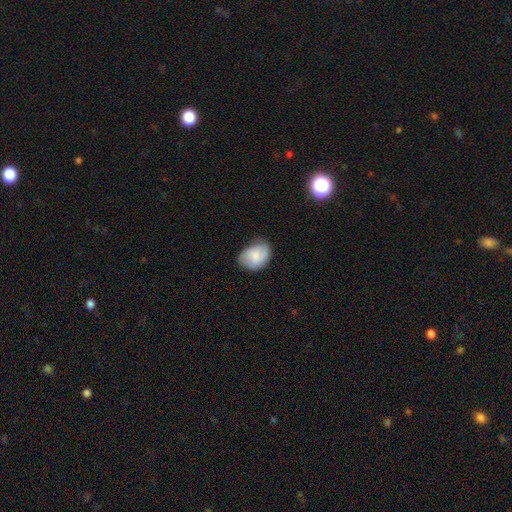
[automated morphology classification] This appears to be a smooth galaxy with no disk features (81%) that is in between round and cigar-shaped (76%). Merging: none (60%).